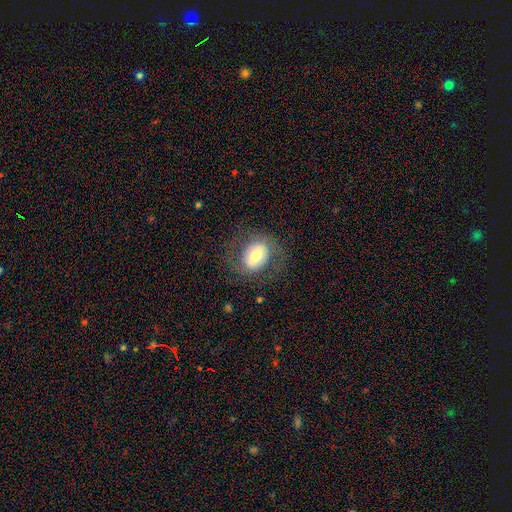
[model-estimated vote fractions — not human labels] Morphology: type=smooth (57%); roundness=in between (60%); merging=none (72%).